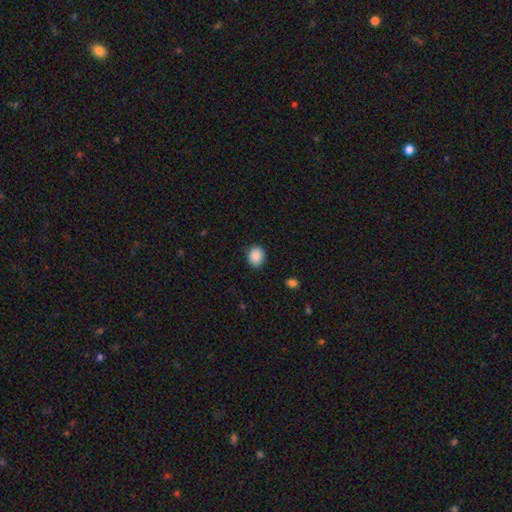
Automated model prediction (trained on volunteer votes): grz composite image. It shows a smooth galaxy with no disk features (89%) that is round (65%). Merging: none (87%).